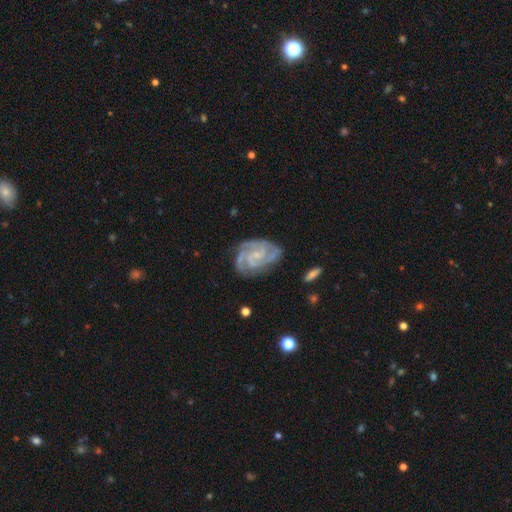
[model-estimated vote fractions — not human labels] Smooth or featured? featured or disk (90%)
Edge-on disk? no (98%)
Bar? no (53%)
Spiral arms? yes (98%)
Spiral winding? tight (62%)
Spiral arm count? 3 (45%)
Bulge size? small (66%)
Merging? none (74%)